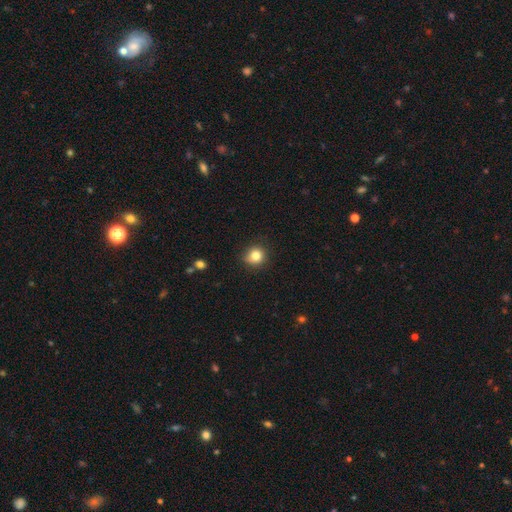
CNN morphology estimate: This is clearly a smooth galaxy (83%). How rounded: clearly round (87%). Merging: likely none (80%).